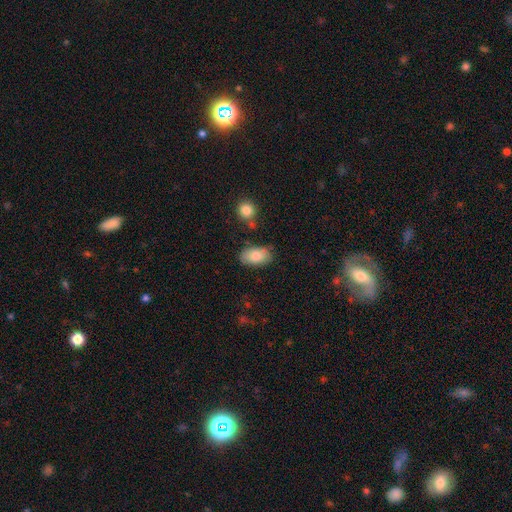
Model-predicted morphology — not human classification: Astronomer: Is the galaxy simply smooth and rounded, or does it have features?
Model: smooth — 81%.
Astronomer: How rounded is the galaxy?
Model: in between — 93%.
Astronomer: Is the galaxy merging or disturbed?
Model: none — 77%.